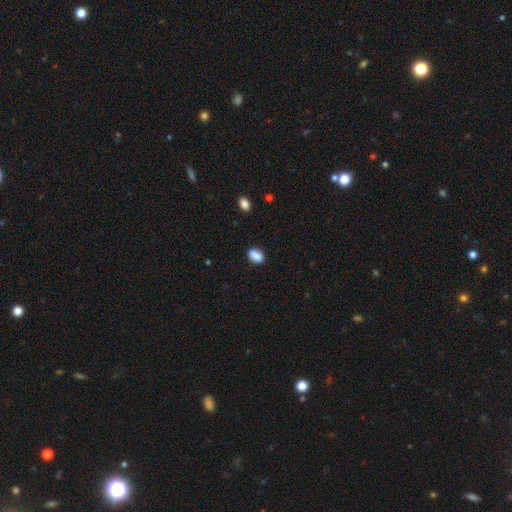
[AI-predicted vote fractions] smooth_or_featured: smooth (p=0.86) [alt: star or artifact p=0.09]
how_rounded: in between (p=0.83) [alt: round p=0.14]
merging: none (p=0.82) [alt: minor disturbance p=0.13]